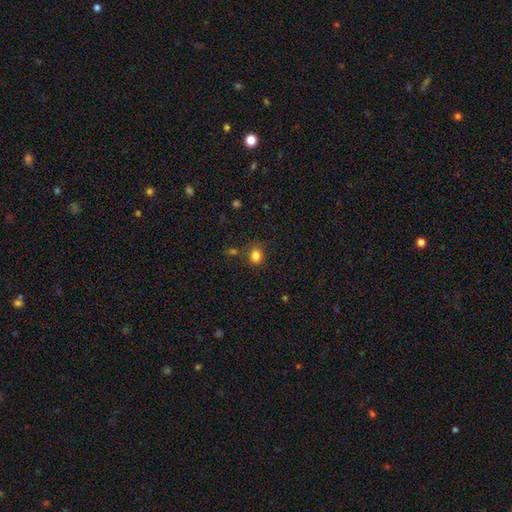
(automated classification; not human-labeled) Smooth or featured: smooth — 83% (star or artifact — 11%)
How rounded: round — 52% (in between — 47%)
Merging: none — 74% (minor disturbance — 15%)